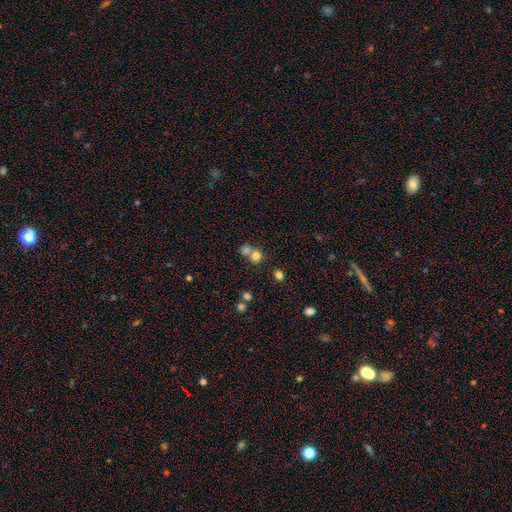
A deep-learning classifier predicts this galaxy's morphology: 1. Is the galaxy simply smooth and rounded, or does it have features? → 76% smooth, 15% star or artifact, 10% featured or disk.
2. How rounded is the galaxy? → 82% round, 17% in between, 1% cigar-shaped.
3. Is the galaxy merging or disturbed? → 47% merger, 43% none, 6% minor disturbance, 3% major disturbance.